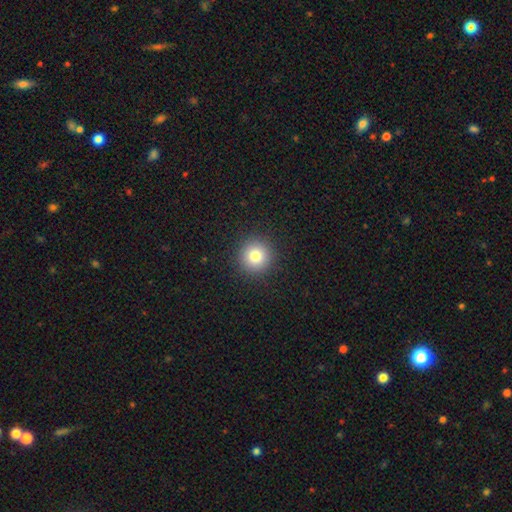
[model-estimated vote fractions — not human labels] Overall: smooth (81%). How rounded: round (95%). Merging: none (93%).